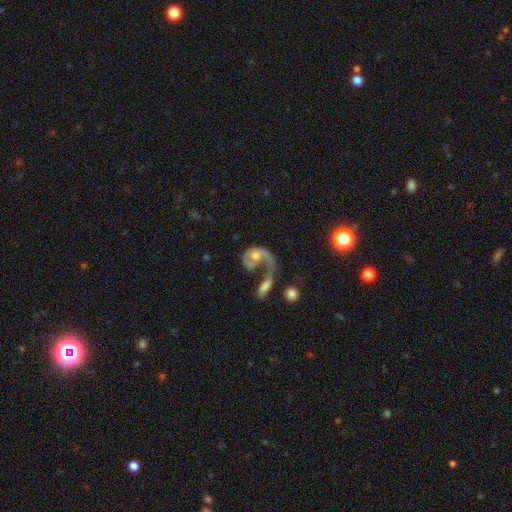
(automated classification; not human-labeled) A featured or disk galaxy (72%) with no bar (71%), 1 (74%) loose (53%) spiral arms (80%) and a moderate central bulge (58%). Merging: merger (37%).